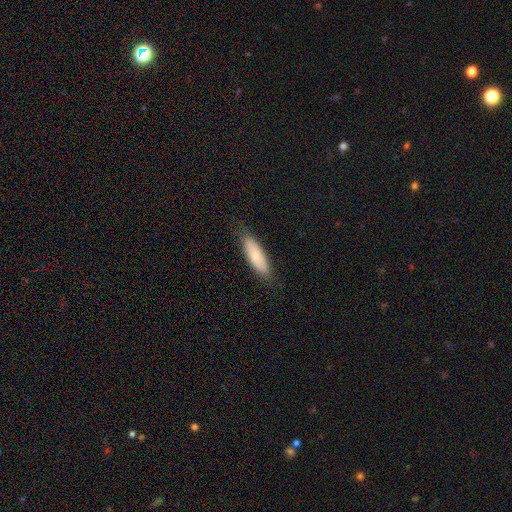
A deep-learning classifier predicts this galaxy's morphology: This is likely a smooth galaxy (77%). How rounded: possibly cigar-shaped (53%). Merging: clearly none (83%).